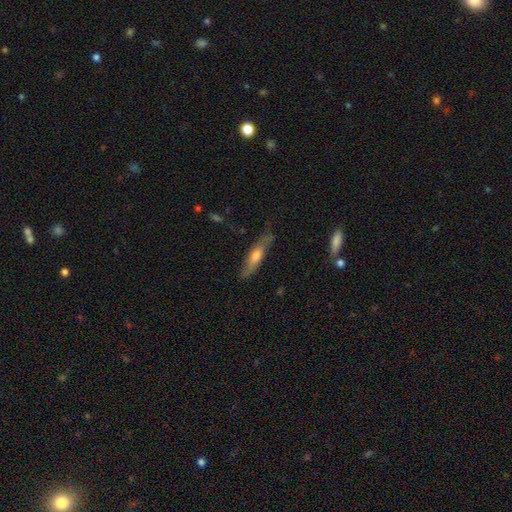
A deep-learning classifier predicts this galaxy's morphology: Smooth or featured? Predicted: smooth (p=0.54). How rounded? Predicted: cigar-shaped (p=0.72). Merging? Predicted: none (p=0.70).